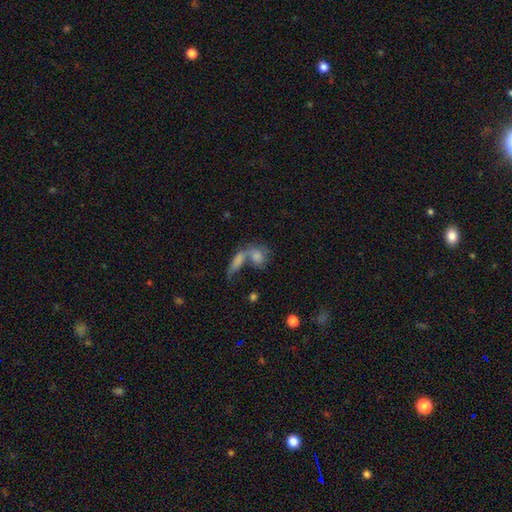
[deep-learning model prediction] smooth 60%, featured or disk 23%, star or artifact 16%. Down the decision tree: how rounded — in between (60%); merging — merger (55%).